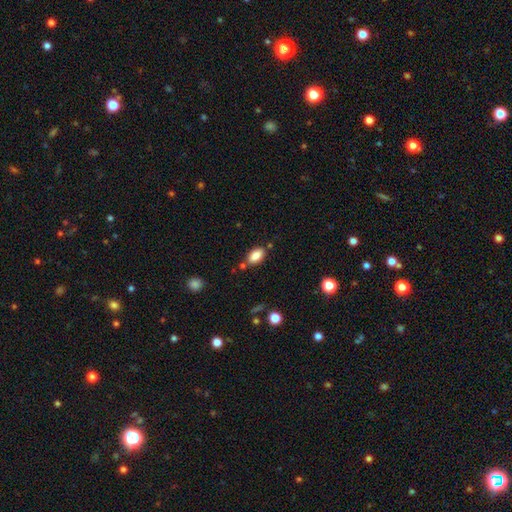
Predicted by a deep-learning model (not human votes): A smooth galaxy with no disk features (85%) that is in between round and cigar-shaped (91%).

Vote fractions:
- Smooth or featured? smooth: 85% / star or artifact: 8% / featured or disk: 7%
- How rounded? in between: 91% / round: 6% / cigar-shaped: 3%
- Merging? none: 76% / minor disturbance: 13% / merger: 8% / major disturbance: 3%